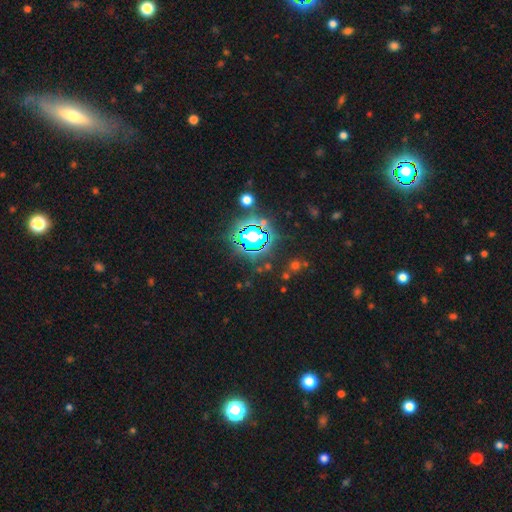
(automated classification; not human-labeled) The model was most divided on "smooth or featured": star or artifact: 75%, smooth: 15%, featured or disk: 10%.